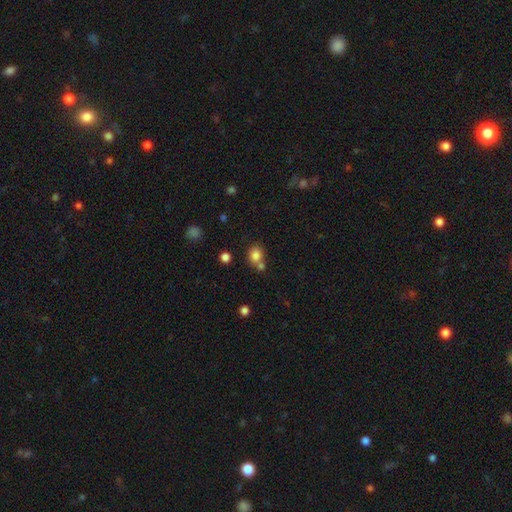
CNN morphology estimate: smooth_or_featured: smooth (p=0.82) [alt: star or artifact p=0.11]
how_rounded: round (p=0.74) [alt: in between p=0.25]
merging: none (p=0.54) [alt: merger p=0.33]